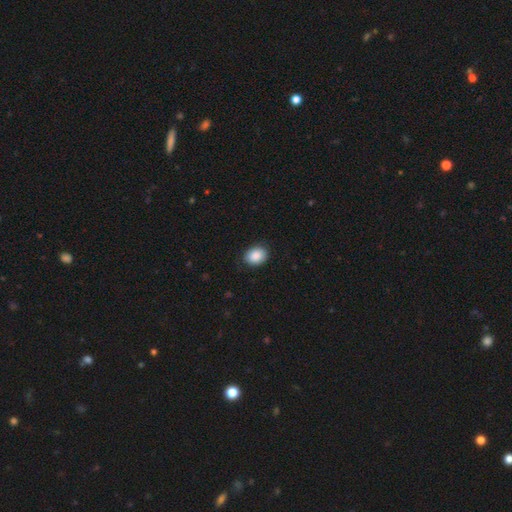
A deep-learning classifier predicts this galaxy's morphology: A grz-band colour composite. It shows a smooth galaxy with no disk features (89%) that is in between round and cigar-shaped (59%). Merging: none (87%).